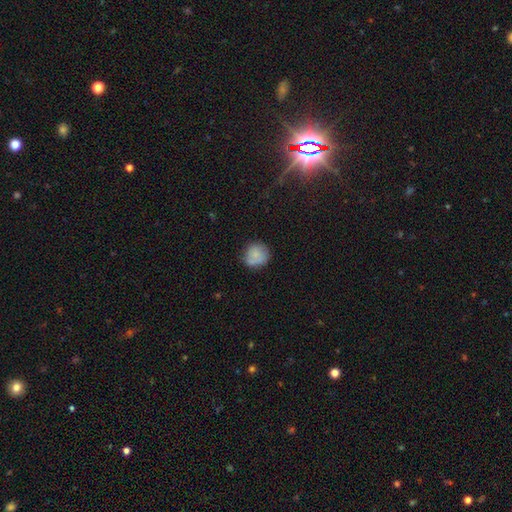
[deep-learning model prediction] Smooth or featured? smooth (75%)
How rounded? round (86%)
Merging? none (67%)